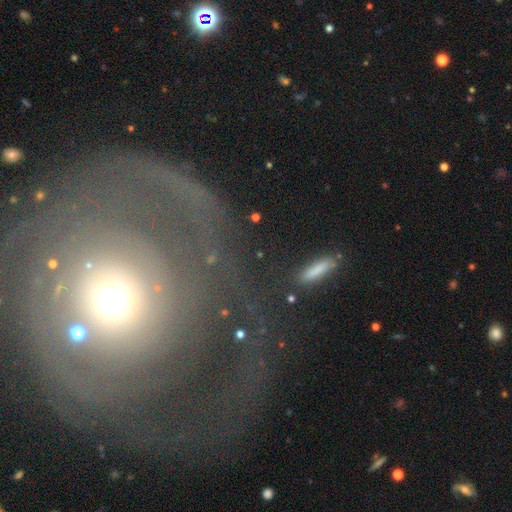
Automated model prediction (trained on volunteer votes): Smooth or featured? featured or disk (62%)
Edge-on disk? no (94%)
Bar? no (85%)
Spiral arms? yes (52%)
Bulge size? moderate (62%)
Merging? none (53%)